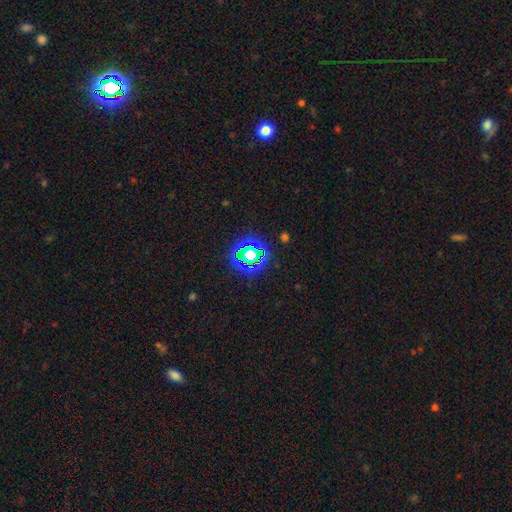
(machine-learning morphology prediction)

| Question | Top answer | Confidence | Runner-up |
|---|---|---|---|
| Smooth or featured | star or artifact | 72% | smooth (18%) |